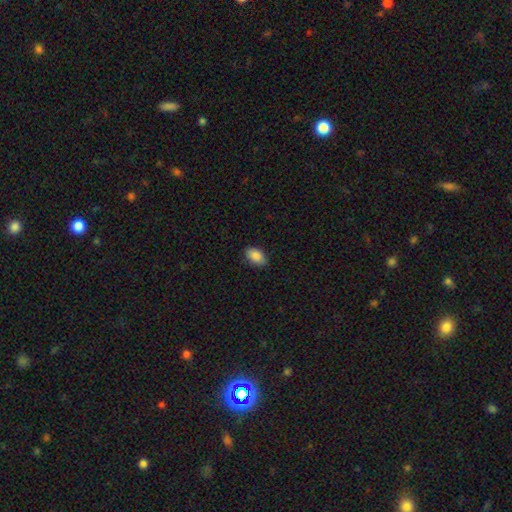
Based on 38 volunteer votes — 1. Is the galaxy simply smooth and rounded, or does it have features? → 89% smooth, 11% featured or disk, 0% star or artifact.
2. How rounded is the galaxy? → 97% in between, 3% round, 0% cigar-shaped.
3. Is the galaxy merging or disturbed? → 87% none, 8% minor disturbance, 5% major disturbance, 0% merger.